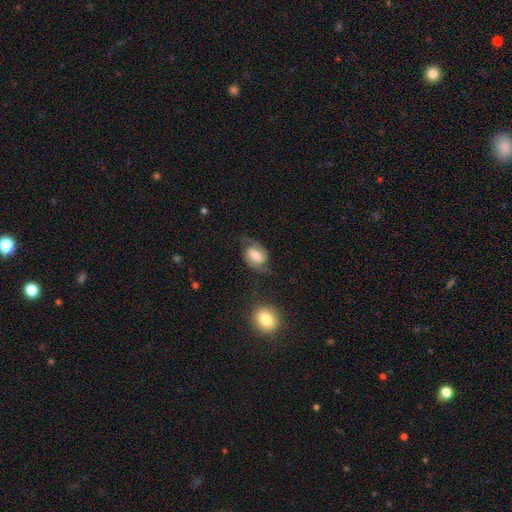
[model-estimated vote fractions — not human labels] featured or disk 62%, smooth 30%, star or artifact 8%. Down the decision tree: edge-on disk — no (97%); bar — weak (48%); spiral arms — yes (90%); spiral arm count — 2 (87%); spiral winding — medium (46%); bulge size — moderate (56%); merging — none (61%).